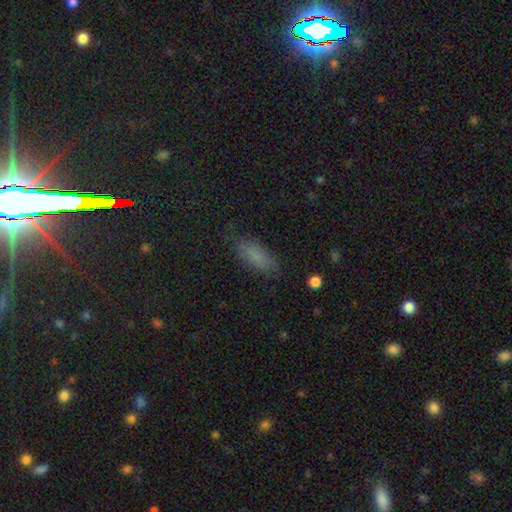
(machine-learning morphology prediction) Overall: smooth (80%). How rounded: in between (78%). Merging: none (79%).